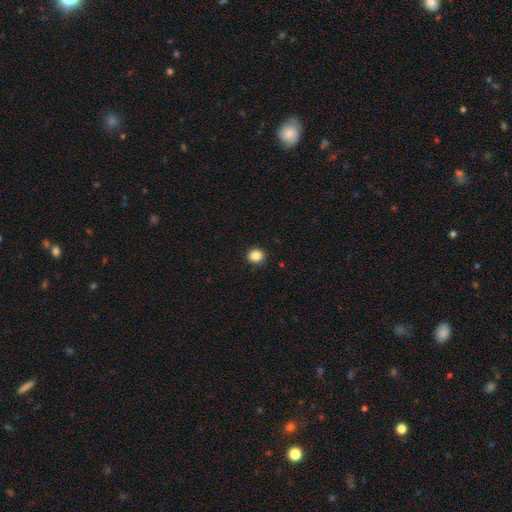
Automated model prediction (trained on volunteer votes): Smooth or featured? Predicted: smooth (p=0.86). How rounded? Predicted: round (p=0.84). Merging? Predicted: none (p=0.92).